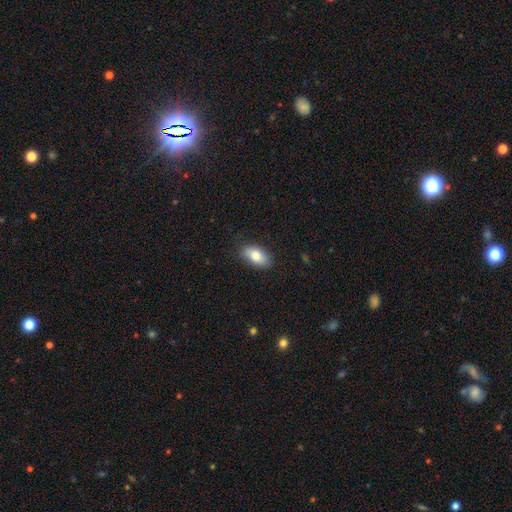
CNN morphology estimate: type=smooth (81%); roundness=in between (91%); merging=none (84%).